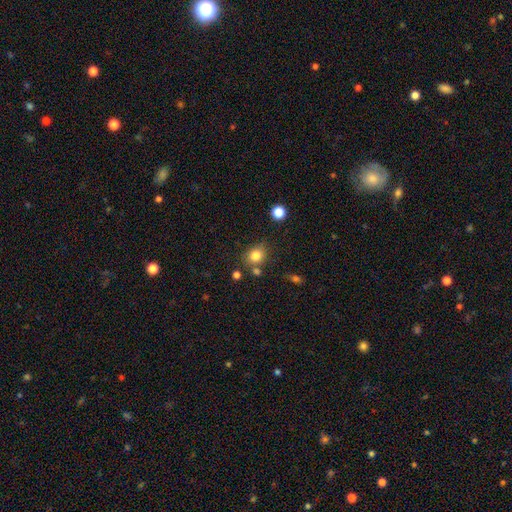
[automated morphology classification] Smooth or featured? Predicted: smooth (p=0.82). How rounded? Predicted: round (p=0.65). Merging? Predicted: none (p=0.70).